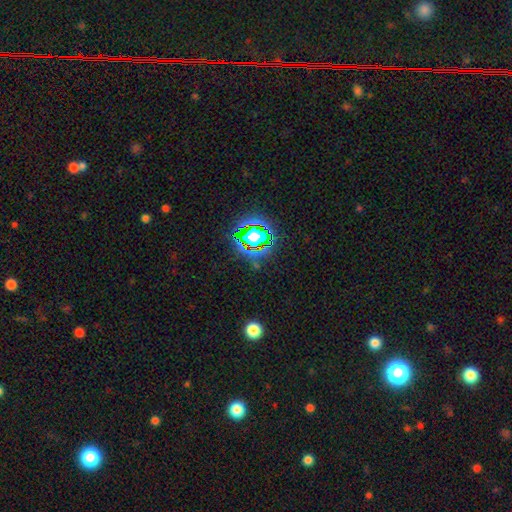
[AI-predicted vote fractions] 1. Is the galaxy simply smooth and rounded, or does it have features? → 77% star or artifact, 15% smooth, 9% featured or disk.